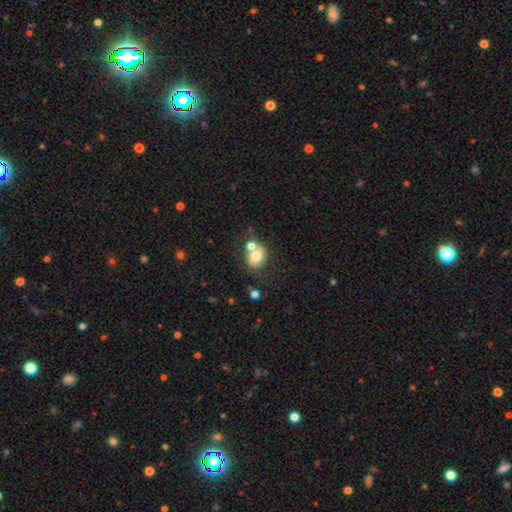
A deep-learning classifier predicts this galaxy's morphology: smooth_or_featured: smooth (p=0.66) [alt: featured or disk p=0.23]
how_rounded: round (p=0.61) [alt: in between p=0.39]
merging: none (p=0.43) [alt: merger p=0.38]